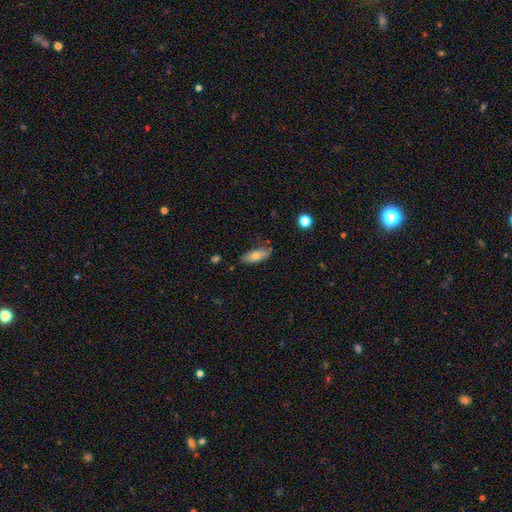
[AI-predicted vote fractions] smooth-or-featured: smooth: 73% | featured or disk: 20% | star or artifact: 7%
  how-rounded: in between: 72% | cigar-shaped: 26% | round: 3%
  merging: none: 76% | minor disturbance: 18% | major disturbance: 3% | merger: 3%